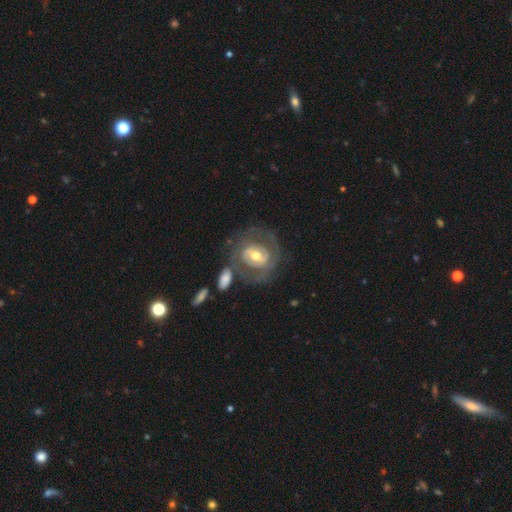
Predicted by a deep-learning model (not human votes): Smooth or featured? Predicted: featured or disk (p=0.60). Edge-on disk? Predicted: no (p=0.94). Bar? Predicted: no (p=0.41). Spiral arms? Predicted: yes (p=0.62). Bulge size? Predicted: moderate (p=0.63). Merging? Predicted: none (p=0.65).